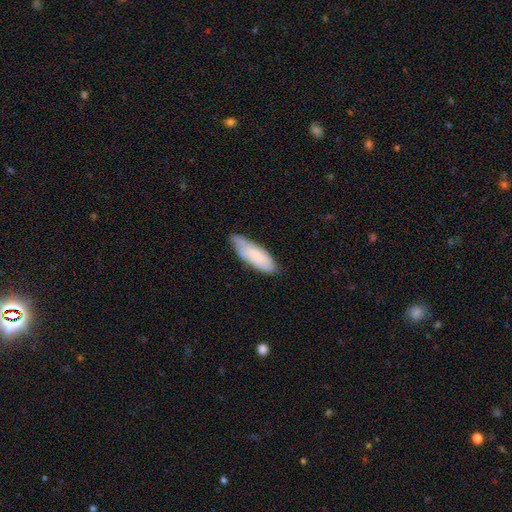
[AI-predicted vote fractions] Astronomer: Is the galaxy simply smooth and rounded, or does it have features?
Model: smooth — 73%.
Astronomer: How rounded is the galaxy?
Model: in between — 60% (runner-up: cigar-shaped, 38%).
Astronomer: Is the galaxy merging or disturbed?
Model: none — 64%.